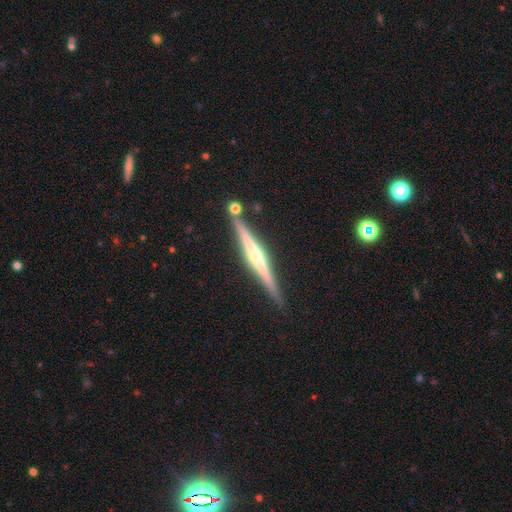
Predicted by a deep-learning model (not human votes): This is likely a featured or disk galaxy (77%). It is clearly viewed edge-on (98%). Edge-on bulge: likely rounded (65%). Merging: clearly none (85%).